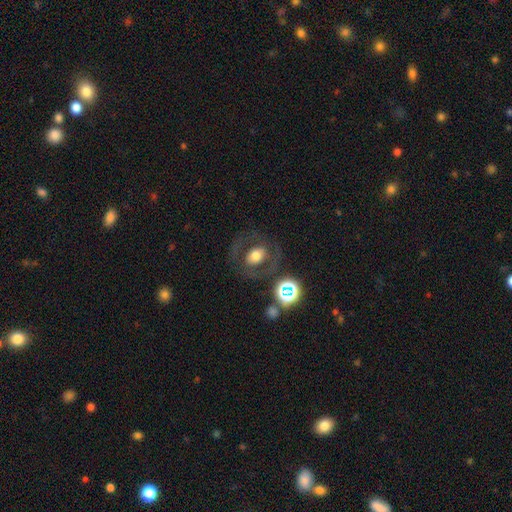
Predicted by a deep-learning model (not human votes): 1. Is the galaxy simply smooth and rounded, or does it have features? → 50% smooth, 38% featured or disk, 13% star or artifact.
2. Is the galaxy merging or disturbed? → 72% none, 13% major disturbance, 12% minor disturbance, 3% merger.